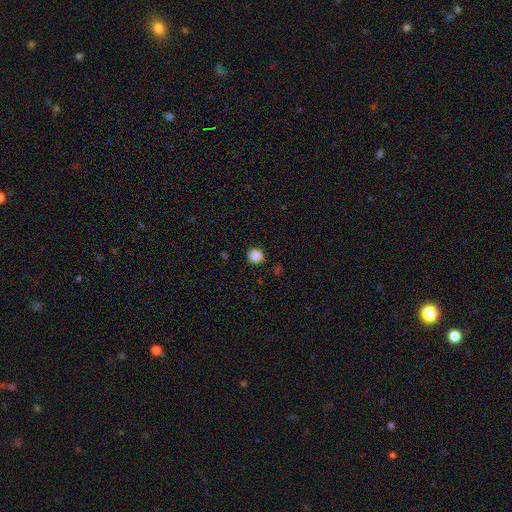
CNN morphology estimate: type=smooth (86%); roundness=round (91%); merging=none (88%).